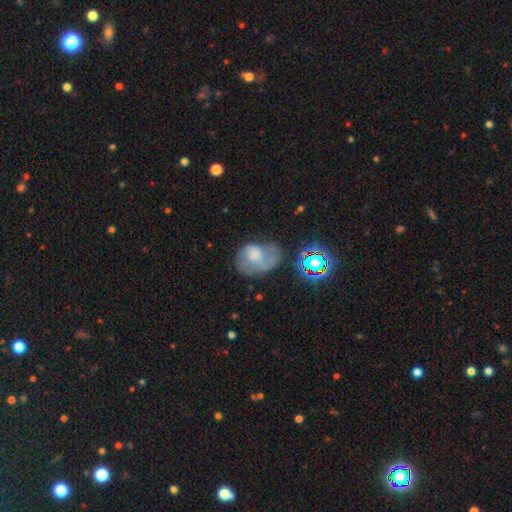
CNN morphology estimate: type=smooth (46%); merging=none (34%, tied with major disturbance).